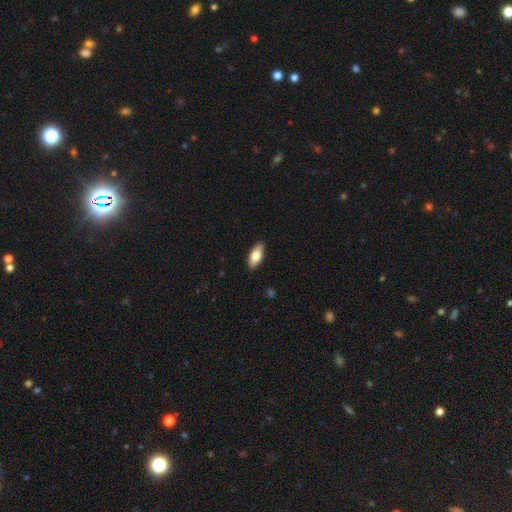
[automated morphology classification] This appears to be a smooth galaxy with no disk features (75%) that is in between round and cigar-shaped (82%). Merging: none (89%).